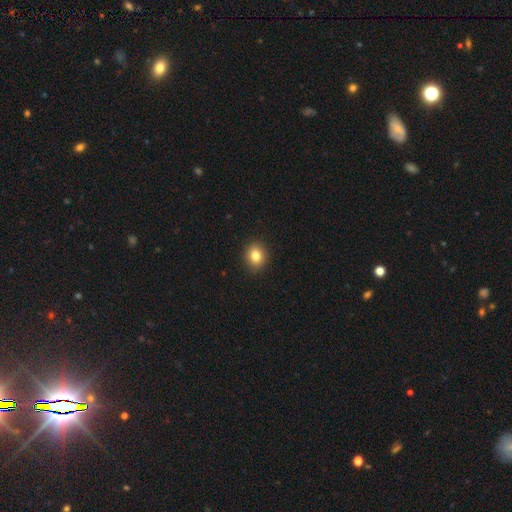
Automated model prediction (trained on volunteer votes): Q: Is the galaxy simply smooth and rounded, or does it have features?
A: smooth — 83%.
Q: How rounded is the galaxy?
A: round — 69%.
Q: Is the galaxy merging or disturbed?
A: none — 91%.